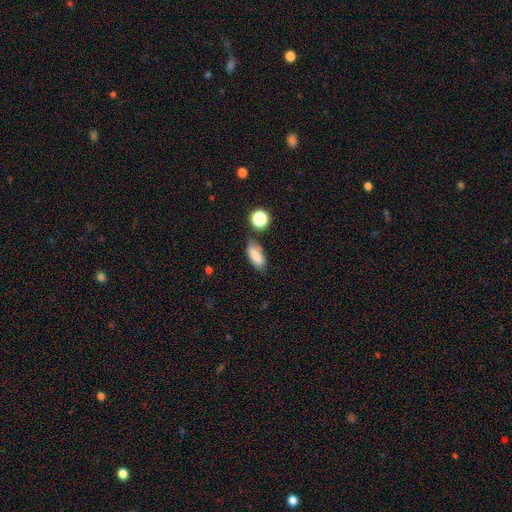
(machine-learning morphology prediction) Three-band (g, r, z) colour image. It shows a smooth galaxy with no disk features (80%) that is in between round and cigar-shaped (78%). Merging: none (70%).